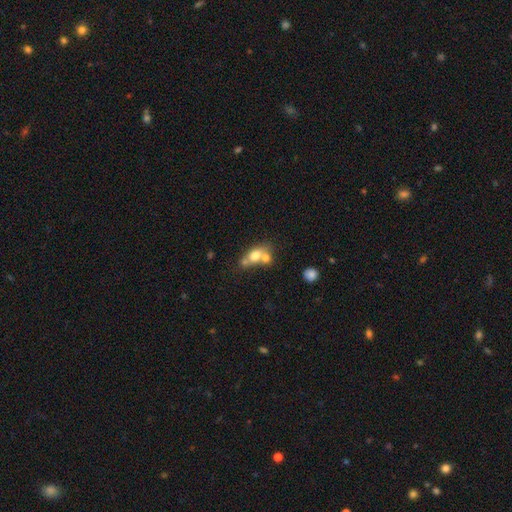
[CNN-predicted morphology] smooth_or_featured: smooth (p=0.66) [alt: featured or disk p=0.24]
how_rounded: in between (p=0.54) [alt: round p=0.41]
merging: merger (p=0.59) [alt: none p=0.27]